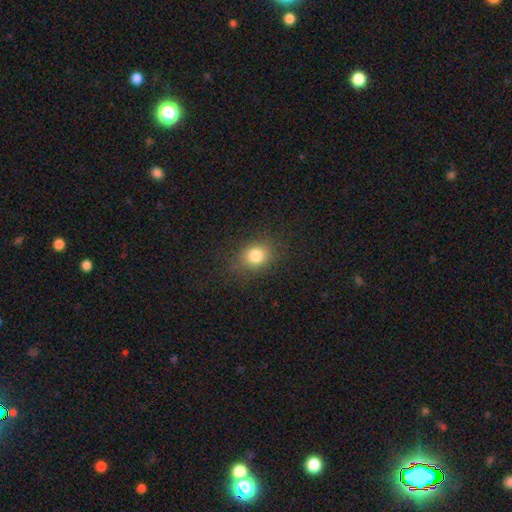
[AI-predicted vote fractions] This appears to be a smooth galaxy with no disk features (81%) that is round (61%). Merging: none (81%).